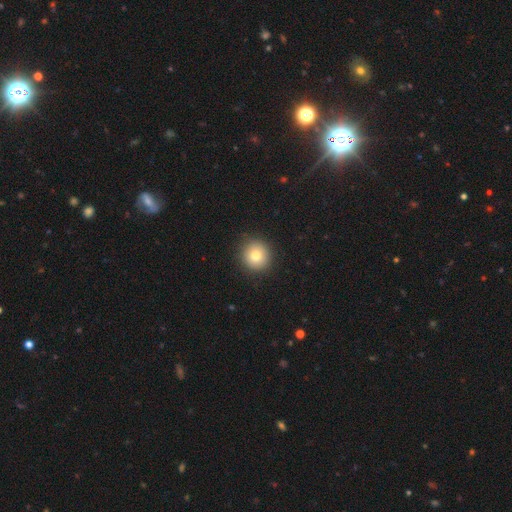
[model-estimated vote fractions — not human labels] Smooth or featured?
  - smooth: 79% *
  - featured or disk: 10%
  - star or artifact: 10%
How rounded?
  - round: 93% *
  - in between: 6%
  - cigar-shaped: 1%
Merging?
  - none: 90% *
  - minor disturbance: 7%
  - major disturbance: 2%
  - merger: 1%